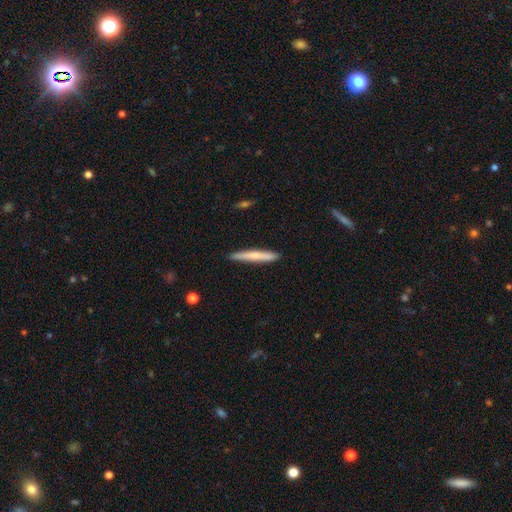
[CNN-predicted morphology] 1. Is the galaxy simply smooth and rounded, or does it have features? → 67% smooth, 28% featured or disk, 5% star or artifact.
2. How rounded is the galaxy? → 95% cigar-shaped, 3% in between, 1% round.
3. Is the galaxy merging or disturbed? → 90% none, 8% minor disturbance, 1% major disturbance, 1% merger.